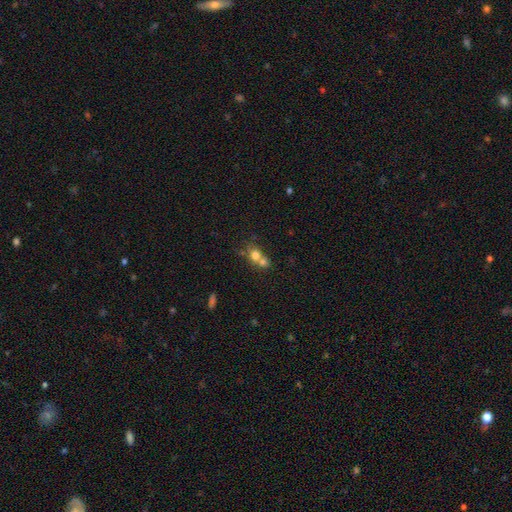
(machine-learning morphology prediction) The model was most divided on "merging": merger: 63%, none: 27%, minor disturbance: 6%, major disturbance: 4%. More confident: smooth or featured — smooth (72%); how rounded — round (68%).